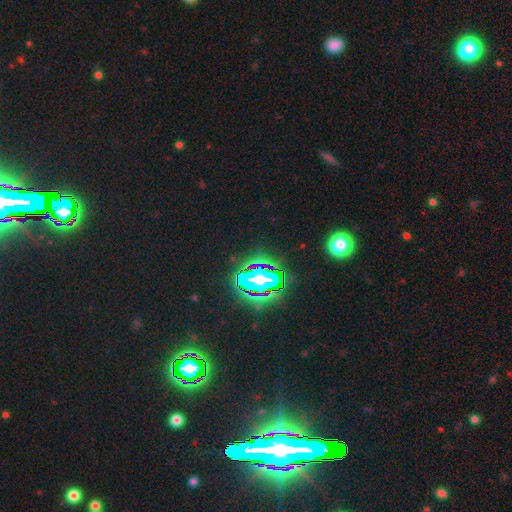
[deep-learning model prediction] Overall: star or artifact (84%).